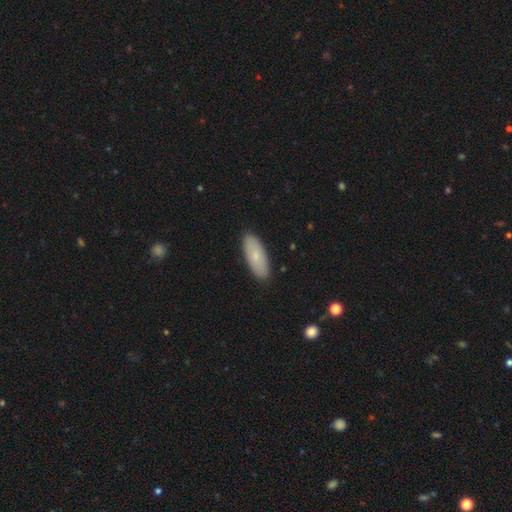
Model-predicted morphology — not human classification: Overall: smooth (75%). How rounded: in between (77%). Merging: none (88%).